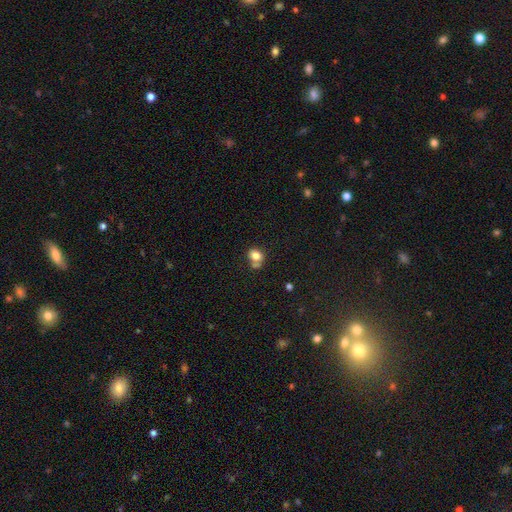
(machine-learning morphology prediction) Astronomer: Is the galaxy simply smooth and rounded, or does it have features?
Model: smooth — 78%.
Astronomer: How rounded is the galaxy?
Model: in between — 52% (runner-up: round, 47%).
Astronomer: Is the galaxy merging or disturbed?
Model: none — 47% (runner-up: merger, 30%).